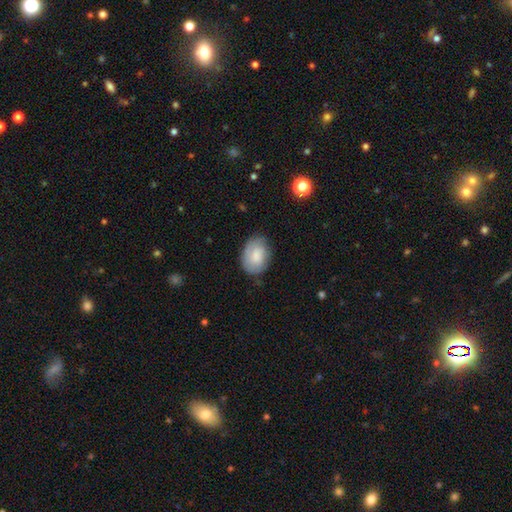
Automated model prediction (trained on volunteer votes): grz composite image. It shows a smooth galaxy with no disk features (76%) that is in between round and cigar-shaped (76%). Merging: none (71%).